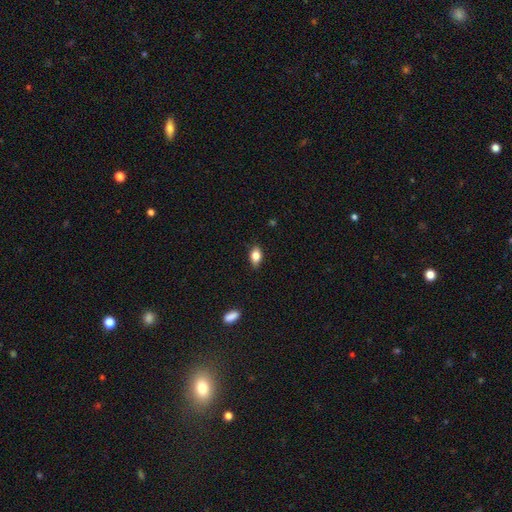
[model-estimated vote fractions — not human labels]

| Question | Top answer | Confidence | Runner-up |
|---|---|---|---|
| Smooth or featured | smooth | 81% | featured or disk (11%) |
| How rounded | in between | 83% | round (12%) |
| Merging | none | 82% | minor disturbance (15%) |